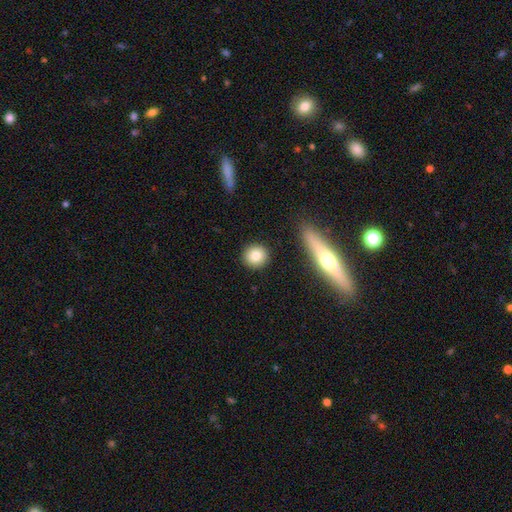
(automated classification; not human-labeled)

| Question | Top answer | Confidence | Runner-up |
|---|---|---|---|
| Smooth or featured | smooth | 82% | featured or disk (9%) |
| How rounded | round | 90% | in between (9%) |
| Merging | none | 91% | minor disturbance (5%) |